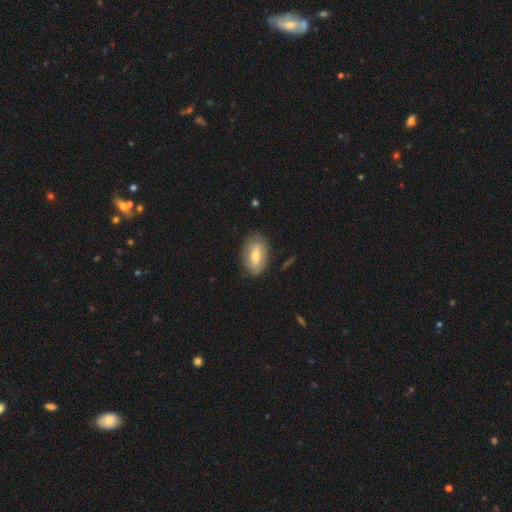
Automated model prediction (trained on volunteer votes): Smooth or featured?
  - smooth: 58% *
  - featured or disk: 36%
  - star or artifact: 6%
How rounded?
  - in between: 90% *
  - round: 6%
  - cigar-shaped: 4%
Merging?
  - none: 79% *
  - minor disturbance: 16%
  - major disturbance: 4%
  - merger: 1%